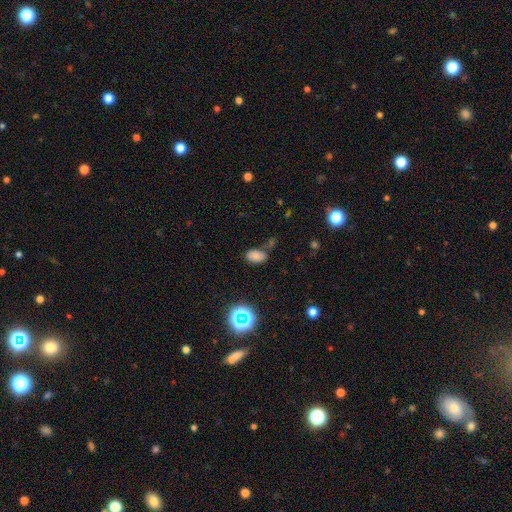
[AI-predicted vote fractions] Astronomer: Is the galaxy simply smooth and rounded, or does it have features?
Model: smooth — 75%.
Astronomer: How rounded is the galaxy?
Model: in between — 91%.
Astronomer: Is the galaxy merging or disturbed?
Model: none — 64%.